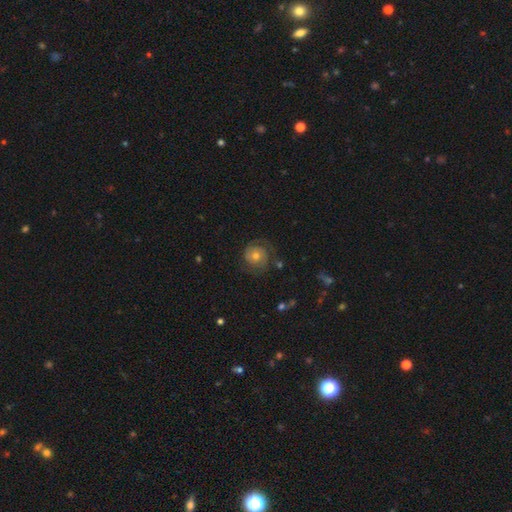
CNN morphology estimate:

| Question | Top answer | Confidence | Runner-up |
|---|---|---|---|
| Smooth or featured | featured or disk | 69% | smooth (23%) |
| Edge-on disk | no | 98% | yes (2%) |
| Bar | no | 80% | weak (16%) |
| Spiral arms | yes | 90% | no (10%) |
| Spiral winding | tight | 55% | medium (33%) |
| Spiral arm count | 2 | 74% | can't tell (12%) |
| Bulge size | moderate | 63% | small (29%) |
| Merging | none | 73% | minor disturbance (16%) |